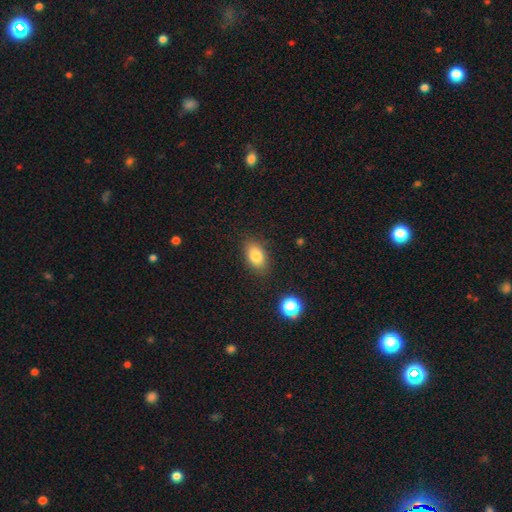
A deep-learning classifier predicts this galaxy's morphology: Smooth or featured? smooth (83%)
How rounded? in between (87%)
Merging? none (84%)